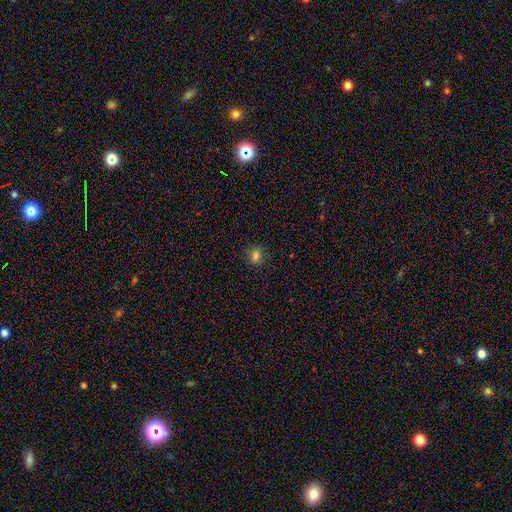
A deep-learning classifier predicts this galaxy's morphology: Smooth or featured? Predicted: smooth (p=0.78). How rounded? Predicted: round (p=0.68). Merging? Predicted: none (p=0.85).